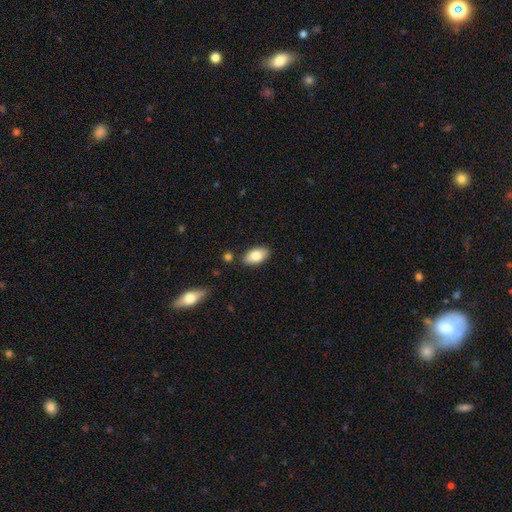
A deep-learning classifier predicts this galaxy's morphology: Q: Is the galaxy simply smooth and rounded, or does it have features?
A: smooth — 82%.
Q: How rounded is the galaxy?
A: in between — 93%.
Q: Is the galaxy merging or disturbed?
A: none — 84%.